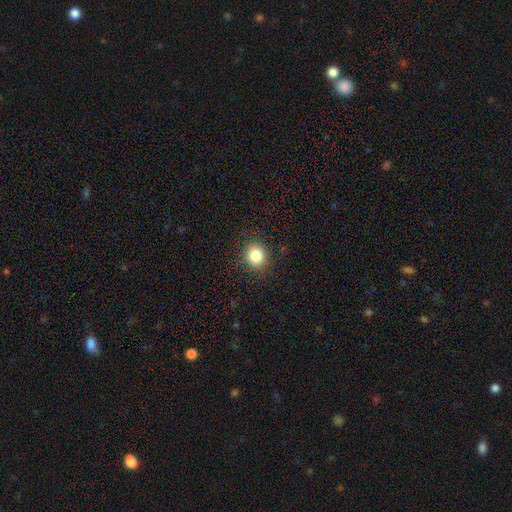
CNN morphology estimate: Q: Smooth or featured?
A: smooth (82%); runner-up: star or artifact (12%)
Q: How rounded?
A: round (84%); runner-up: in between (15%)
Q: Merging?
A: none (89%); runner-up: minor disturbance (7%)